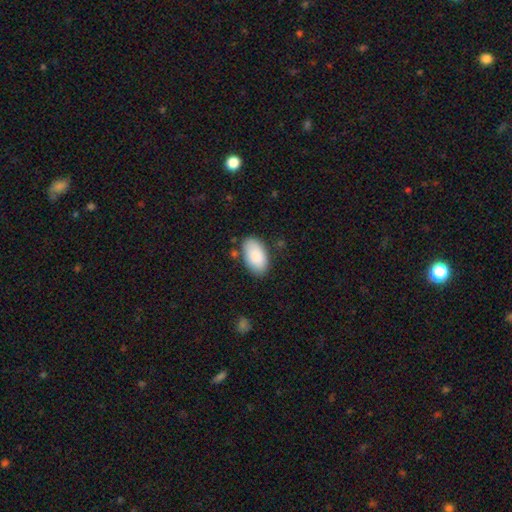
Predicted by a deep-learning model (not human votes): The model was most divided on "merging": none: 80%, minor disturbance: 14%, major disturbance: 3%, merger: 3%. More confident: how rounded — in between (96%); smooth or featured — smooth (87%).